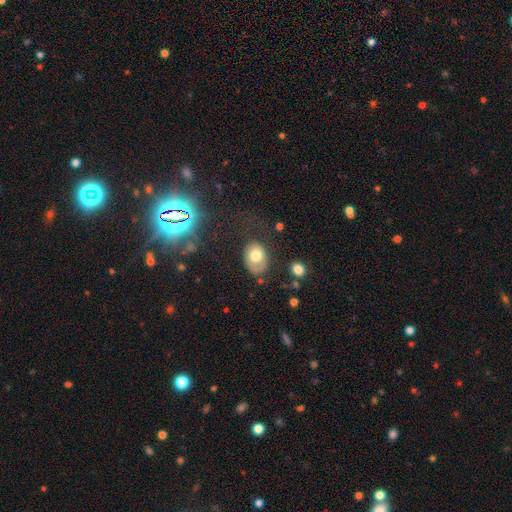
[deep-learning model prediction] The model was most divided on "merging": none: 56%, minor disturbance: 27%, major disturbance: 15%, merger: 3%. More confident: how rounded — in between (72%); smooth or featured — smooth (69%).